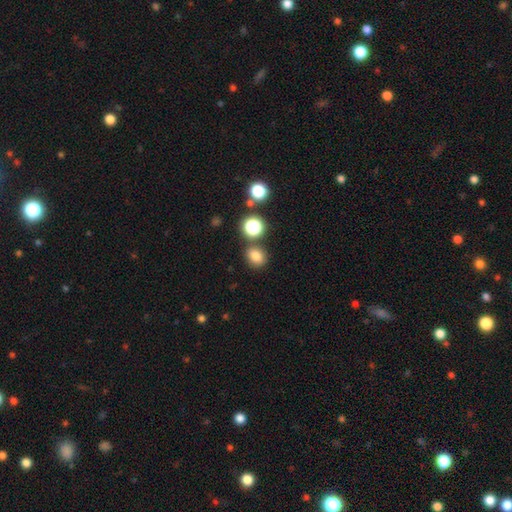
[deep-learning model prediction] This is likely a smooth galaxy (79%). How rounded: likely round (61%). Merging: likely none (79%).